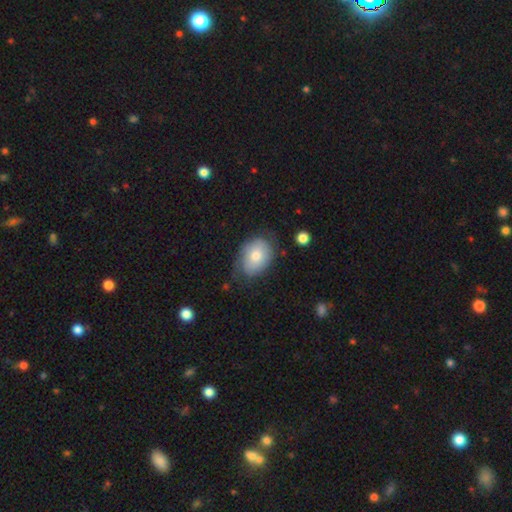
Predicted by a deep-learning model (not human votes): smooth_or_featured: smooth (p=0.68) [alt: featured or disk p=0.25]
how_rounded: in between (p=0.69) [alt: round p=0.30]
merging: none (p=0.59) [alt: minor disturbance p=0.30]